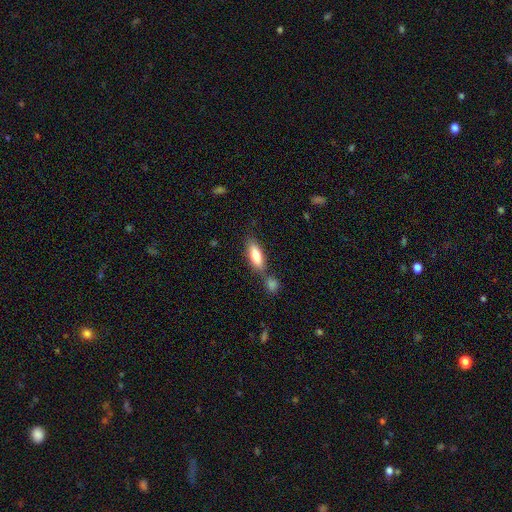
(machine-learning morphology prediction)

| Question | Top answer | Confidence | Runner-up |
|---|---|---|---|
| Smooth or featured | smooth | 75% | featured or disk (18%) |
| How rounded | in between | 65% | cigar-shaped (33%) |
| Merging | none | 57% | merger (24%) |